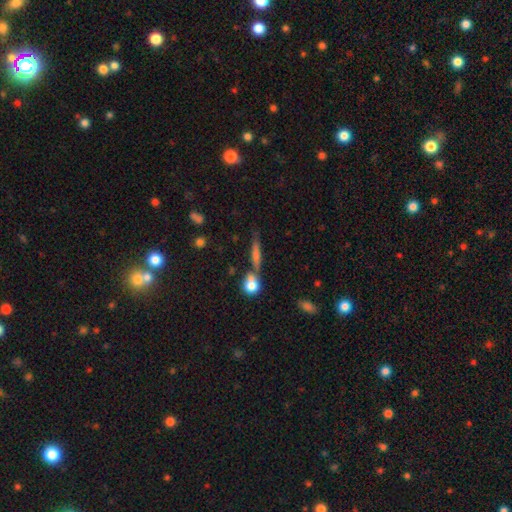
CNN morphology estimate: A smooth galaxy with no disk features (44%).

Vote fractions:
- Smooth or featured? smooth: 44% / featured or disk: 39% / star or artifact: 17%
- Merging? none: 68% / merger: 16% / minor disturbance: 11% / major disturbance: 5%